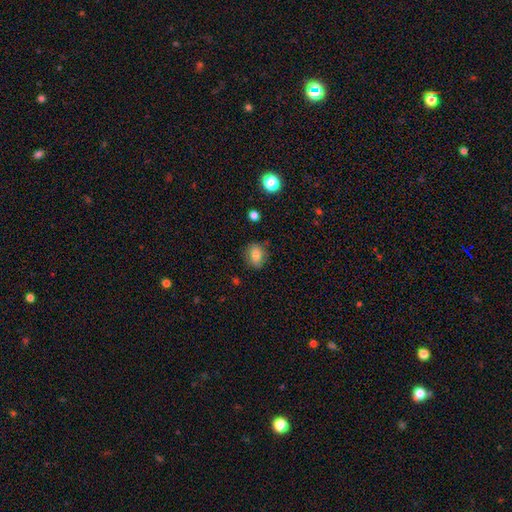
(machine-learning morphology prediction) The model was most divided on "how rounded": in between: 60%, round: 39%, cigar-shaped: 2%. More confident: merging — none (80%); smooth or featured — smooth (76%).